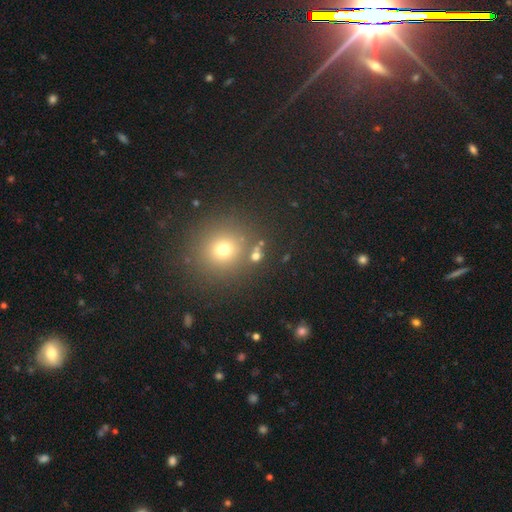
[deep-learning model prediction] Morphology: type=smooth (64%); roundness=round (86%); merging=none (77%).